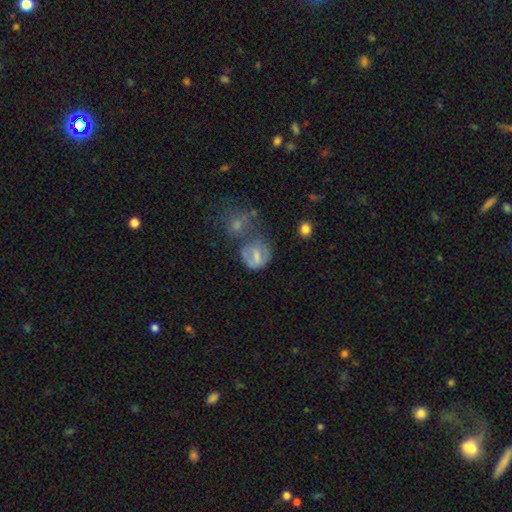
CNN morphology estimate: A smooth galaxy with no disk features (51%) that is round (72%). Merging: none (42%).